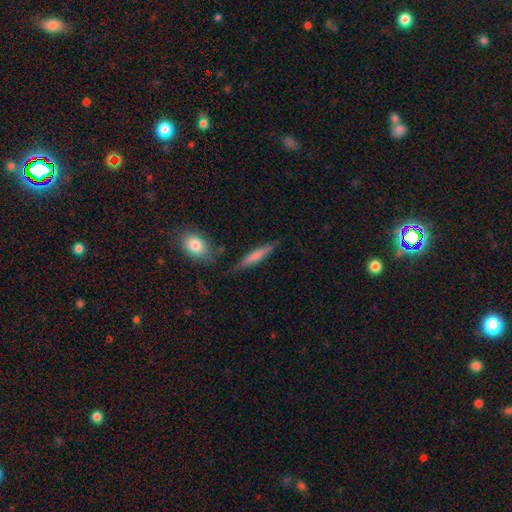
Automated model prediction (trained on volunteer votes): Q: Smooth or featured?
A: smooth (65%); runner-up: featured or disk (29%)
Q: How rounded?
A: cigar-shaped (89%); runner-up: in between (8%)
Q: Merging?
A: none (79%); runner-up: minor disturbance (14%)